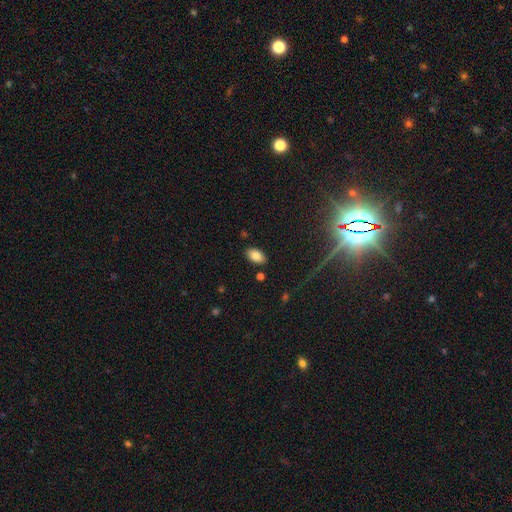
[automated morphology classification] This appears to be a smooth galaxy with no disk features (83%) that is in between round and cigar-shaped (93%). Merging: none (86%).